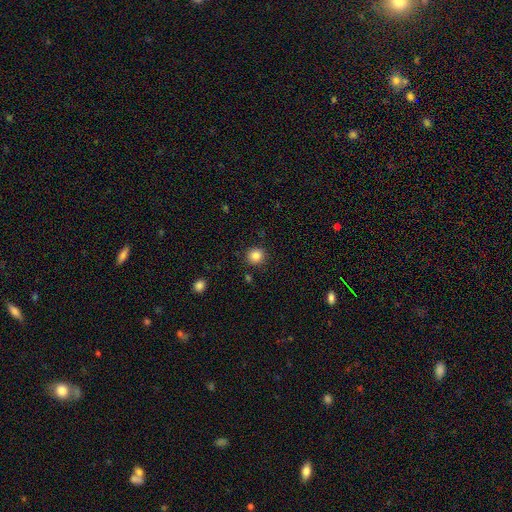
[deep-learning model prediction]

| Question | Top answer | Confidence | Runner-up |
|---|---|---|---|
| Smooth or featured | smooth | 85% | star or artifact (10%) |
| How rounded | round | 91% | in between (8%) |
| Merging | none | 89% | minor disturbance (7%) |